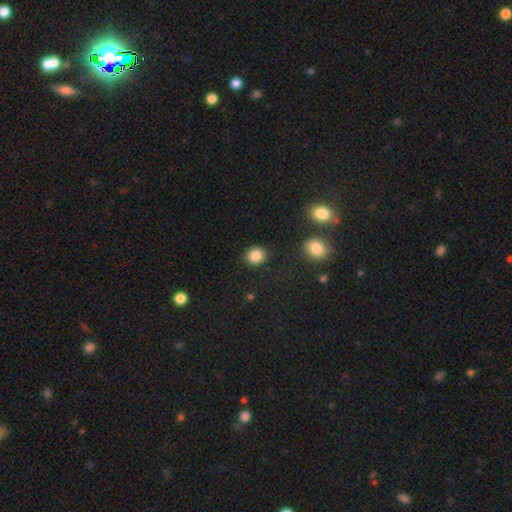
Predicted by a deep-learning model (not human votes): Overall: smooth (86%). How rounded: round (78%). Merging: none (89%).